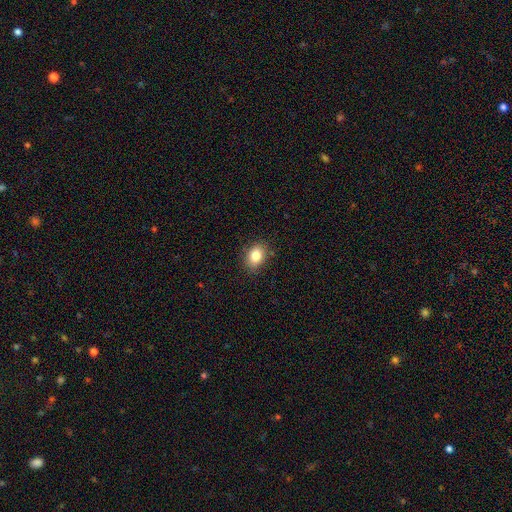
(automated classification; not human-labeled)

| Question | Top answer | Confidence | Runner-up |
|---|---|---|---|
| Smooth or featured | smooth | 83% | star or artifact (9%) |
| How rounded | in between | 71% | round (28%) |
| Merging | none | 85% | minor disturbance (11%) |